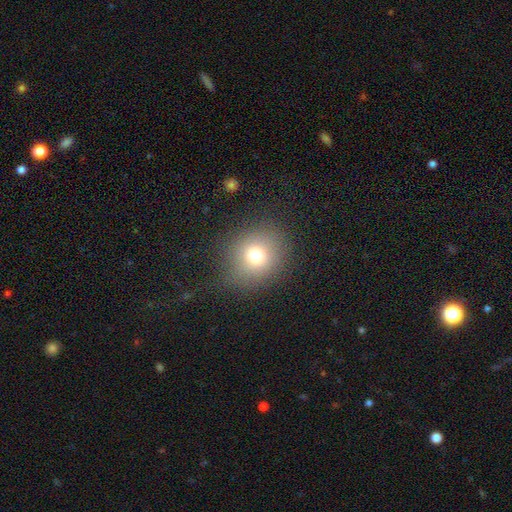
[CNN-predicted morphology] smooth 72%, star or artifact 16%, featured or disk 12%. Down the decision tree: how rounded — round (77%); merging — none (83%).